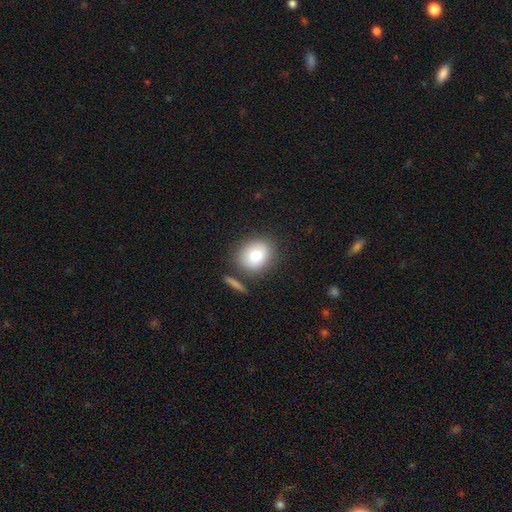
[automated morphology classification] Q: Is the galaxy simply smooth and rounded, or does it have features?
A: smooth — 81%.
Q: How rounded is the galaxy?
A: round — 63%.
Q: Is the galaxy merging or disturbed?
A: none — 76%.